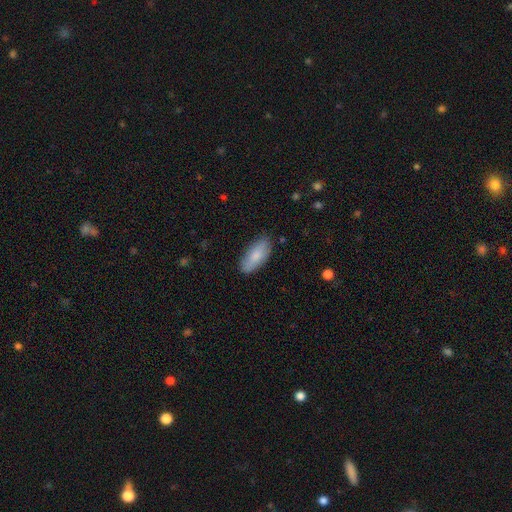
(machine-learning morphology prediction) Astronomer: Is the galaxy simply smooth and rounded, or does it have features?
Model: smooth — 80%.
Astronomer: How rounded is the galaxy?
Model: in between — 82%.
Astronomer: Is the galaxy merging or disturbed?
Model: none — 83%.